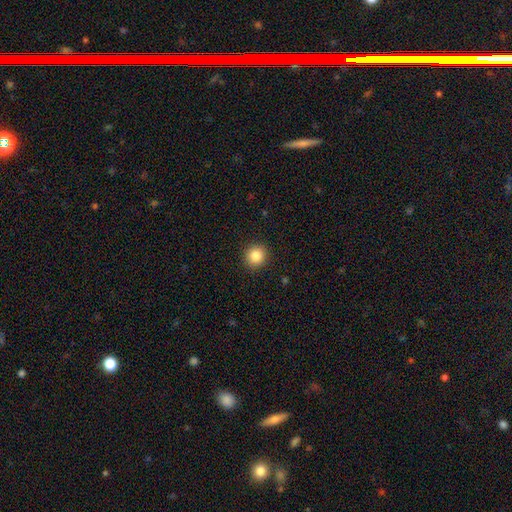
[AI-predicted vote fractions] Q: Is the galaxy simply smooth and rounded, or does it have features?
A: smooth — 86%.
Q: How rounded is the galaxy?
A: round — 91%.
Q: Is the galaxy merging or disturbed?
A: none — 91%.